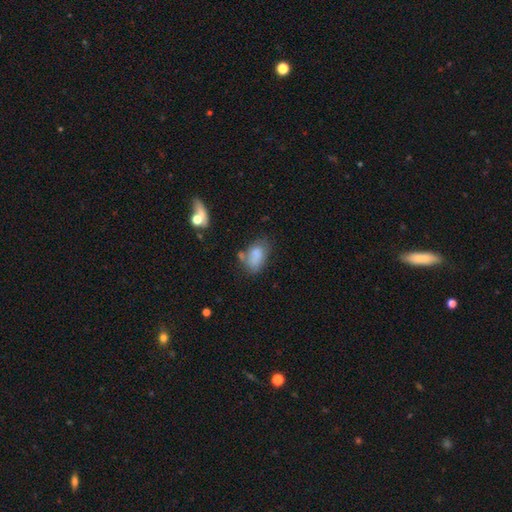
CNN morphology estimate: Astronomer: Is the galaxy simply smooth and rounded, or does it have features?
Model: smooth — 76%.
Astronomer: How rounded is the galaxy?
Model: in between — 88%.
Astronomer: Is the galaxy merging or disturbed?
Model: none — 45% (runner-up: minor disturbance, 27%).